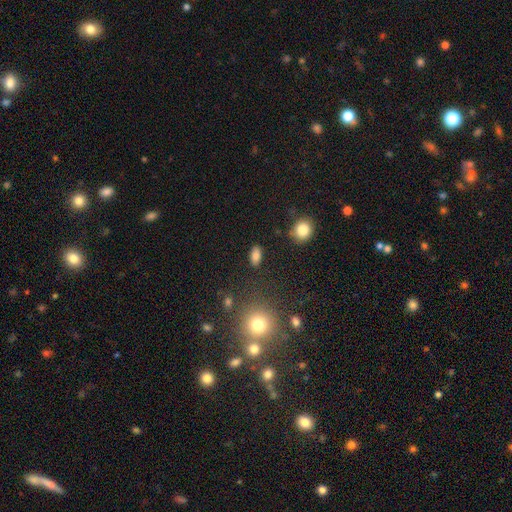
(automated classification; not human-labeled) A smooth galaxy with no disk features (83%) that is in between round and cigar-shaped (88%). Merging: none (86%).